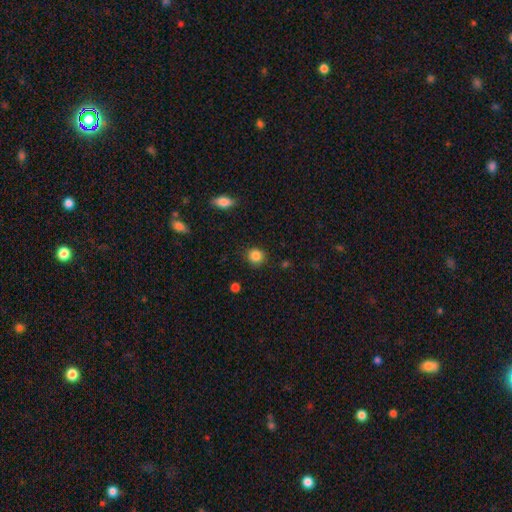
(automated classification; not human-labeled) Smooth or featured: smooth — 86% (star or artifact — 10%)
How rounded: round — 89% (in between — 10%)
Merging: none — 88% (minor disturbance — 8%)